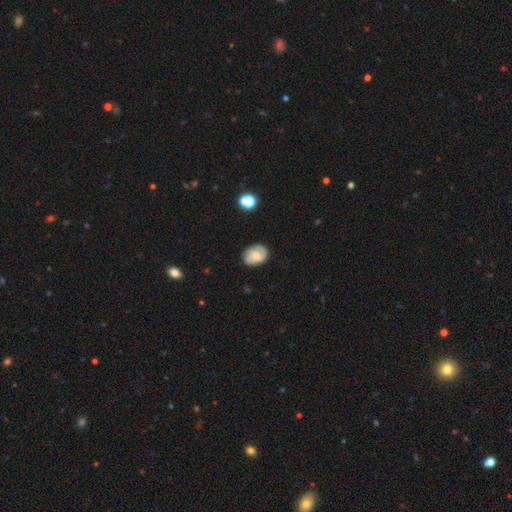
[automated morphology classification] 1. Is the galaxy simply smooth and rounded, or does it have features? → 46% featured or disk, 45% smooth, 9% star or artifact.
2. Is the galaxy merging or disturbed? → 70% none, 23% minor disturbance, 6% major disturbance, 2% merger.